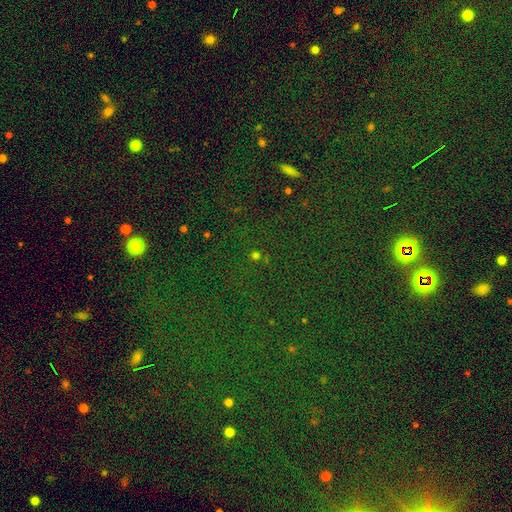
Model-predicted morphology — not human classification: Overall: star or artifact (69%).